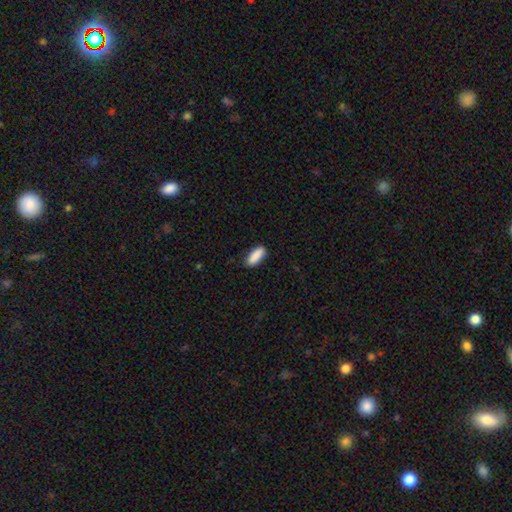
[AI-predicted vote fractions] smooth_or_featured: smooth (p=0.90) [alt: star or artifact p=0.06]
how_rounded: in between (p=0.72) [alt: cigar-shaped p=0.26]
merging: none (p=0.87) [alt: minor disturbance p=0.10]